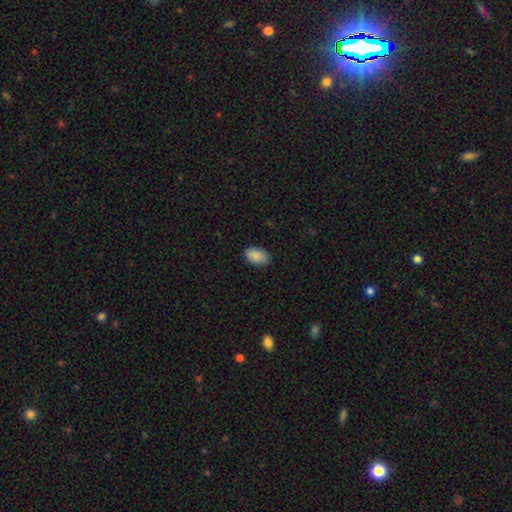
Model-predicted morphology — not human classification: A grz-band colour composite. It shows a smooth galaxy with no disk features (89%) that is in between round and cigar-shaped (92%). Merging: none (86%).